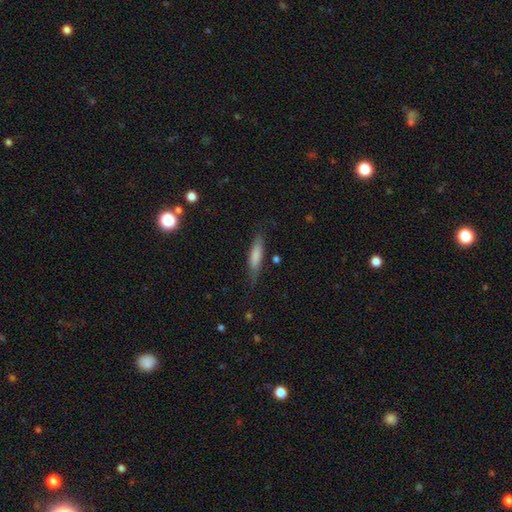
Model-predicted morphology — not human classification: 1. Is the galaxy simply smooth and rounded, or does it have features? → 75% smooth, 18% featured or disk, 6% star or artifact.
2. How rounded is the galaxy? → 68% cigar-shaped, 31% in between, 2% round.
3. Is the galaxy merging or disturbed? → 67% none, 24% minor disturbance, 7% major disturbance, 2% merger.